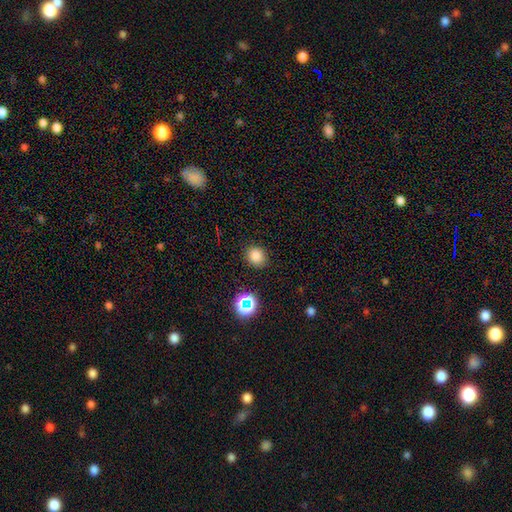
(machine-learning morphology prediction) The model was most divided on "how rounded": round: 71%, in between: 28%, cigar-shaped: 1%. More confident: merging — none (87%); smooth or featured — smooth (80%).